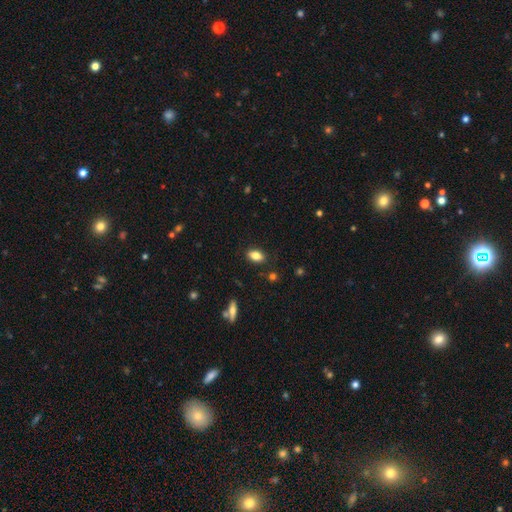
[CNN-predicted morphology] Smooth or featured? smooth (83%)
How rounded? in between (87%)
Merging? none (86%)